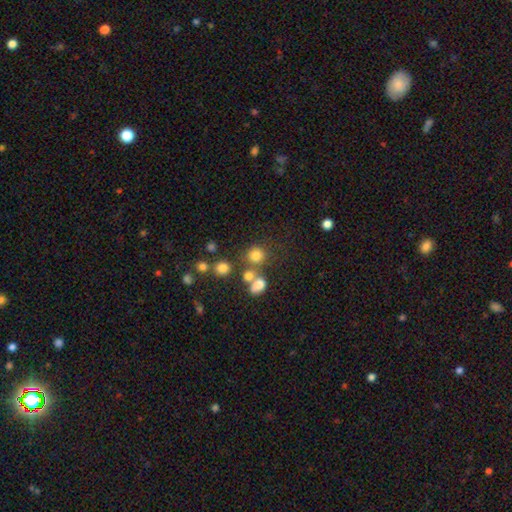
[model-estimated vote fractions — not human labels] Q: Smooth or featured?
A: smooth (76%); runner-up: star or artifact (16%)
Q: How rounded?
A: round (86%); runner-up: in between (13%)
Q: Merging?
A: none (64%); runner-up: merger (21%)